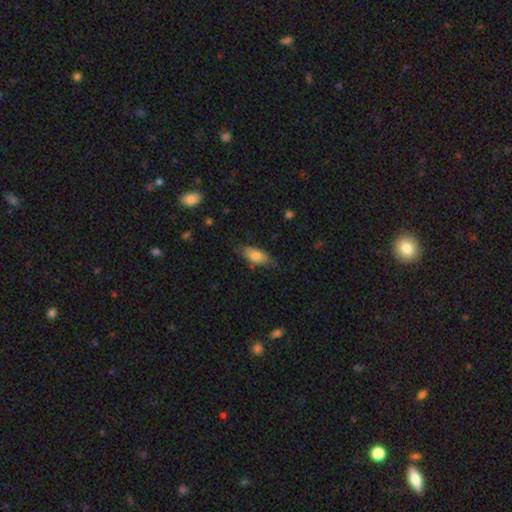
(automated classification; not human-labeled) smooth-or-featured: smooth: 75% | featured or disk: 18% | star or artifact: 7%
  how-rounded: in between: 84% | cigar-shaped: 13% | round: 3%
  merging: none: 66% | minor disturbance: 26% | major disturbance: 6% | merger: 2%